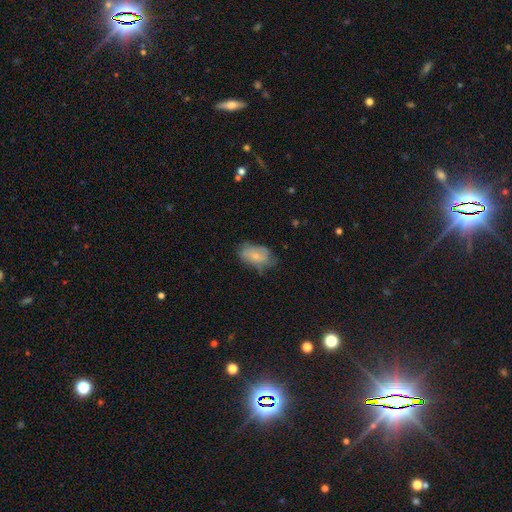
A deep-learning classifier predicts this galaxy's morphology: smooth_or_featured: smooth (p=0.69) [alt: featured or disk p=0.24]
how_rounded: in between (p=0.90) [alt: round p=0.08]
merging: none (p=0.56) [alt: minor disturbance p=0.32]